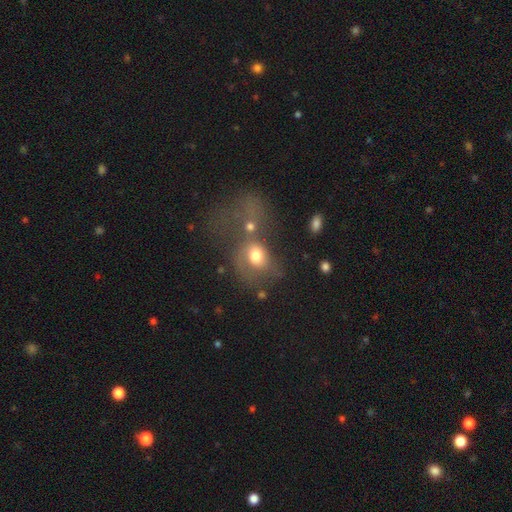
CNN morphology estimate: Q: Smooth or featured?
A: smooth (63%); runner-up: featured or disk (24%)
Q: How rounded?
A: in between (51%); runner-up: round (48%)
Q: Merging?
A: merger (39%); runner-up: major disturbance (30%)